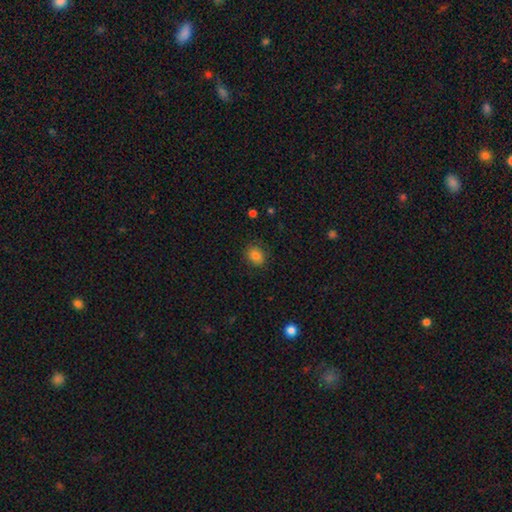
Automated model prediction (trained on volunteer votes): This appears to be a smooth galaxy with no disk features (84%) that is in between round and cigar-shaped (50%). Merging: none (83%).